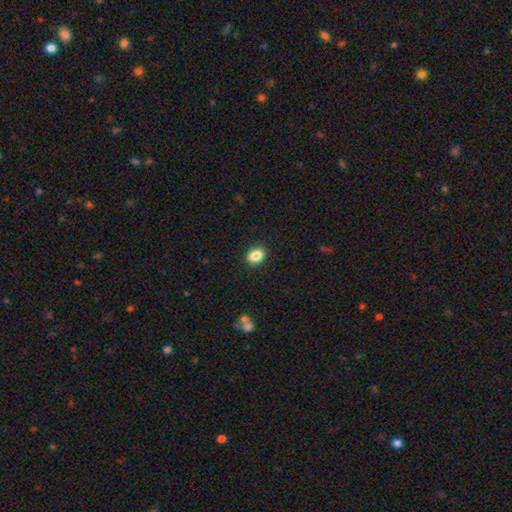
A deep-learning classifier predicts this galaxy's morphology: Smooth or featured? Predicted: smooth (p=0.86). How rounded? Predicted: in between (p=0.68). Merging? Predicted: none (p=0.89).